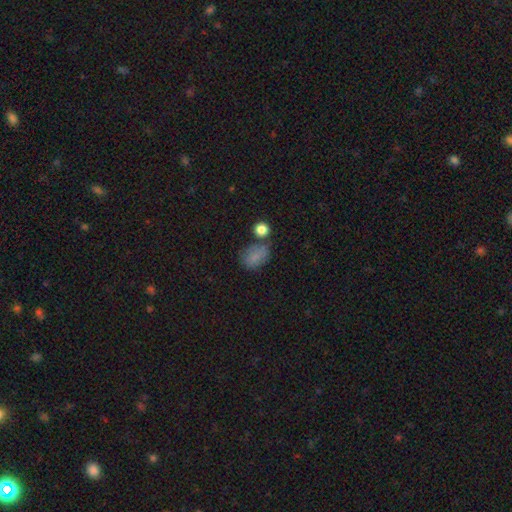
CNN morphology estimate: A smooth galaxy with no disk features (77%) that is in between round and cigar-shaped (69%).

Vote fractions:
- Smooth or featured? smooth: 77% / star or artifact: 14% / featured or disk: 10%
- How rounded? in between: 69% / round: 30% / cigar-shaped: 2%
- Merging? none: 54% / minor disturbance: 22% / merger: 14% / major disturbance: 10%